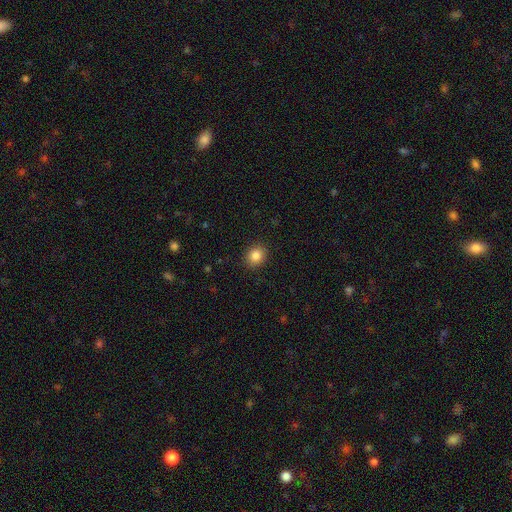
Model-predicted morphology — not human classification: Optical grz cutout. It shows a smooth galaxy with no disk features (85%) that is round (67%). Merging: none (90%).